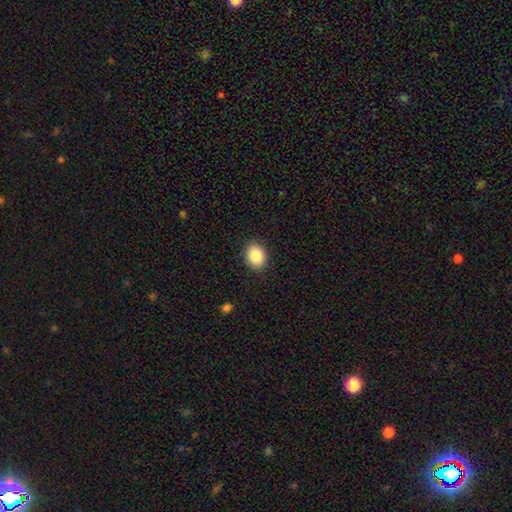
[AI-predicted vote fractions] A smooth galaxy with no disk features (88%) that is in between round and cigar-shaped (50%).

Vote fractions:
- Smooth or featured? smooth: 88% / star or artifact: 8% / featured or disk: 4%
- How rounded? in between: 50% / round: 49% / cigar-shaped: 1%
- Merging? none: 89% / minor disturbance: 8% / major disturbance: 2% / merger: 1%